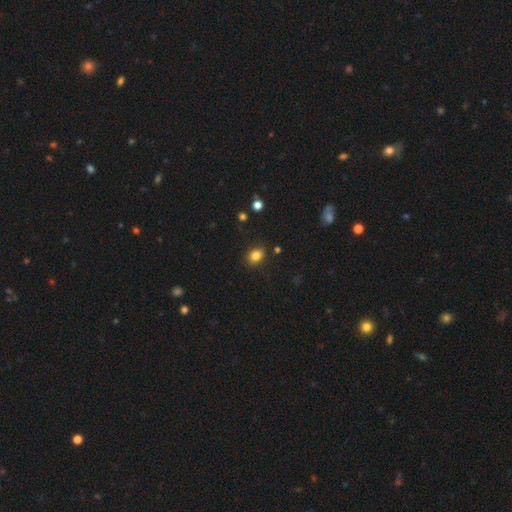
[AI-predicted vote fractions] smooth-or-featured: smooth: 84% | star or artifact: 11% | featured or disk: 6%
  how-rounded: in between: 63% | round: 36% | cigar-shaped: 1%
  merging: none: 85% | minor disturbance: 10% | major disturbance: 3% | merger: 2%